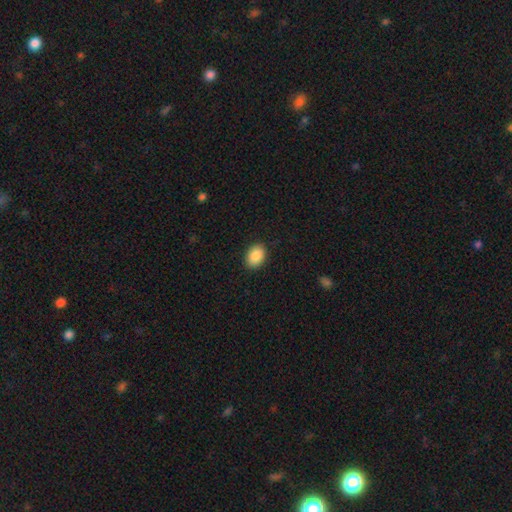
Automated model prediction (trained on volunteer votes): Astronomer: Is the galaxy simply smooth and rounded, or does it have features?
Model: smooth — 88%.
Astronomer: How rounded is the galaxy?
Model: in between — 79%.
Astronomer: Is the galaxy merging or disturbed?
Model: none — 89%.